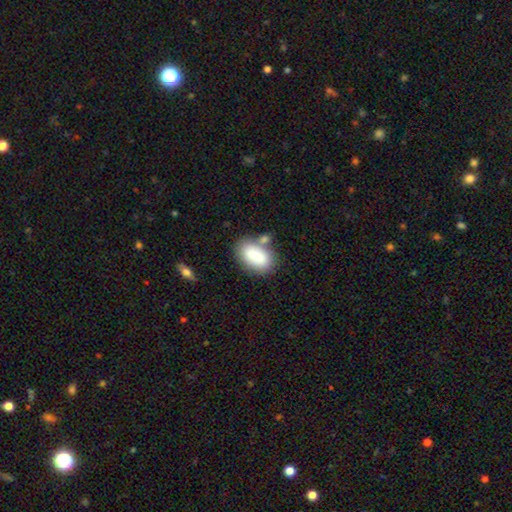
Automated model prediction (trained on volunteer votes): smooth-or-featured: smooth: 81% | featured or disk: 12% | star or artifact: 7%
  how-rounded: in between: 91% | round: 6% | cigar-shaped: 3%
  merging: none: 63% | merger: 16% | minor disturbance: 16% | major disturbance: 5%